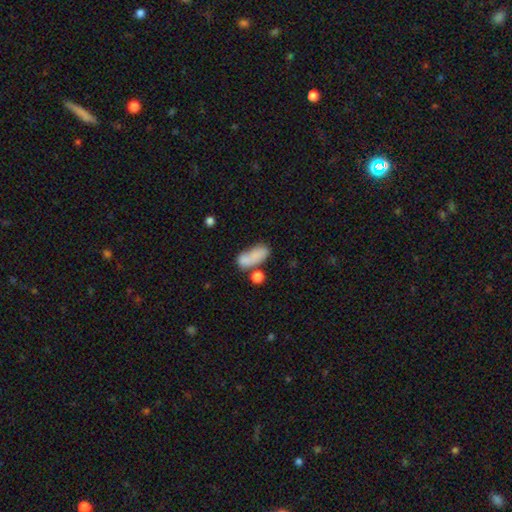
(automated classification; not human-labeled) The model was most divided on "merging": none: 39%, merger: 29%, minor disturbance: 20%, major disturbance: 12%. More confident: how rounded — in between (82%); smooth or featured — smooth (76%).